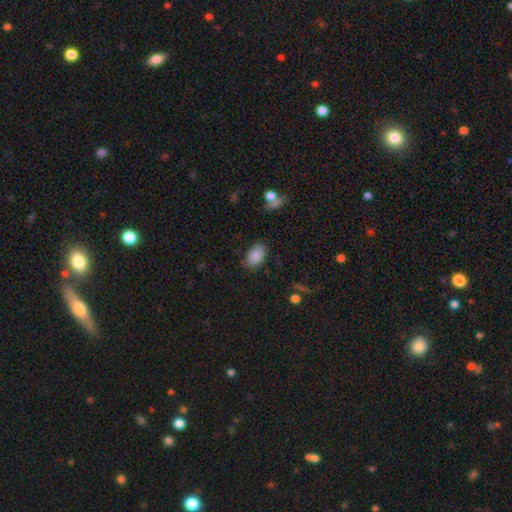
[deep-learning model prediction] A smooth galaxy with no disk features (87%) that is in between round and cigar-shaped (89%).

Vote fractions:
- Smooth or featured? smooth: 87% / star or artifact: 9% / featured or disk: 5%
- How rounded? in between: 89% / round: 10% / cigar-shaped: 1%
- Merging? none: 79% / minor disturbance: 15% / major disturbance: 4% / merger: 2%